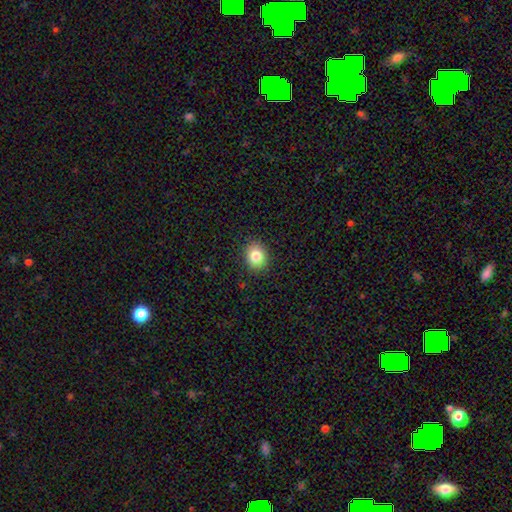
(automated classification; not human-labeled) The model was most divided on "how rounded": round: 55%, in between: 44%, cigar-shaped: 1%. More confident: merging — none (89%); smooth or featured — smooth (83%).